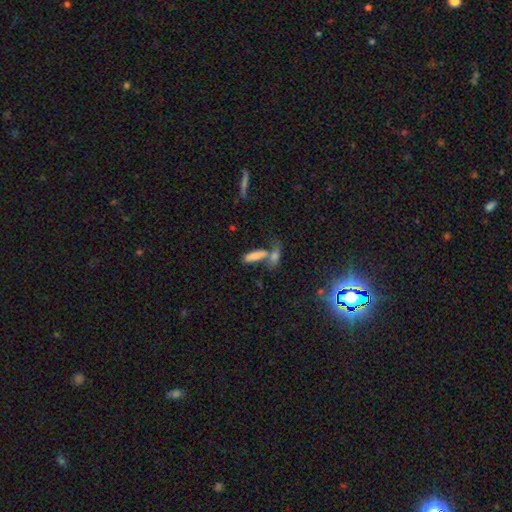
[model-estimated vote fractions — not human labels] Smooth or featured? smooth (76%)
How rounded? cigar-shaped (53%)
Merging? merger (48%)